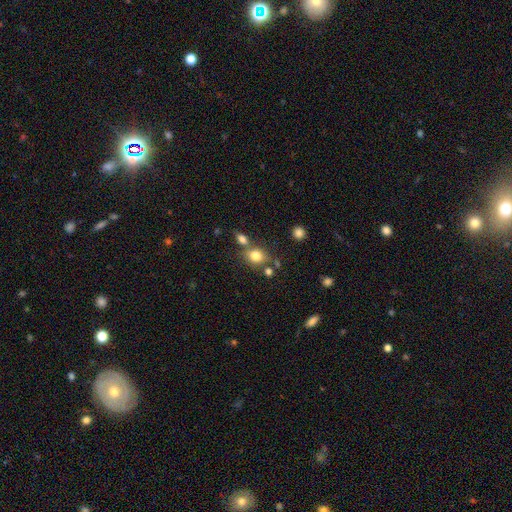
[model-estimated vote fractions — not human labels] Smooth or featured?
  - smooth: 79% *
  - star or artifact: 11%
  - featured or disk: 10%
How rounded?
  - round: 54% *
  - in between: 44%
  - cigar-shaped: 2%
Merging?
  - none: 58% *
  - merger: 24%
  - minor disturbance: 13%
  - major disturbance: 5%